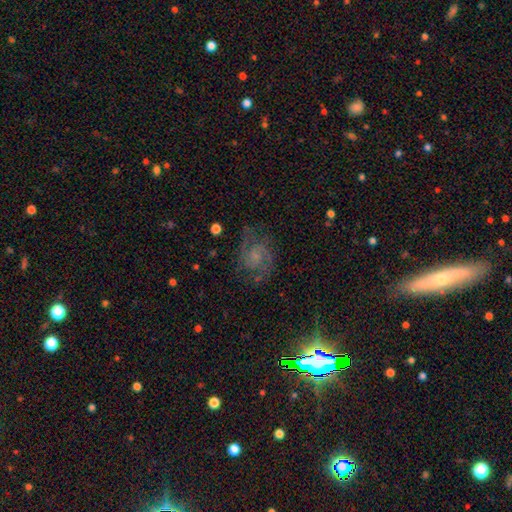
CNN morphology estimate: Q: Smooth or featured?
A: featured or disk (76%); runner-up: star or artifact (12%)
Q: Edge-on disk?
A: no (98%); runner-up: yes (2%)
Q: Bar?
A: no (58%); runner-up: weak (35%)
Q: Spiral arms?
A: yes (95%); runner-up: no (5%)
Q: Spiral winding?
A: medium (54%); runner-up: tight (29%)
Q: Spiral arm count?
A: 2 (80%); runner-up: can't tell (9%)
Q: Bulge size?
A: small (44%); runner-up: none (32%)
Q: Merging?
A: none (72%); runner-up: minor disturbance (16%)